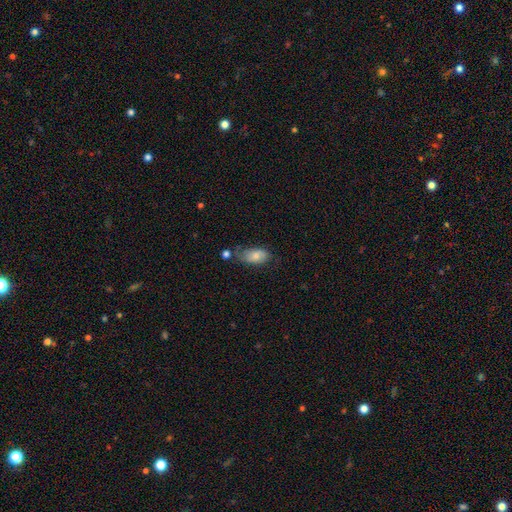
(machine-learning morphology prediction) Smooth or featured?
  - smooth: 70% *
  - featured or disk: 22%
  - star or artifact: 8%
How rounded?
  - in between: 92% *
  - round: 5%
  - cigar-shaped: 4%
Merging?
  - none: 43% *
  - minor disturbance: 31%
  - major disturbance: 16%
  - merger: 10%